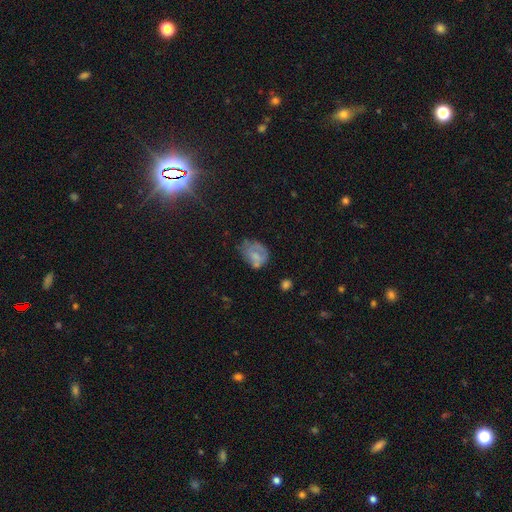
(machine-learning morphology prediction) The model was most divided on "merging": none: 38%, minor disturbance: 33%, major disturbance: 23%, merger: 7%. More confident: smooth or featured — smooth (58%); how rounded — in between (58%).